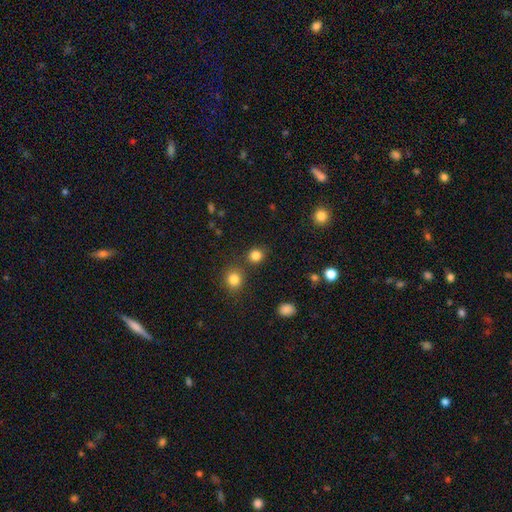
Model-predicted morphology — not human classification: A smooth galaxy with no disk features (83%) that is round (82%).

Vote fractions:
- Smooth or featured? smooth: 83% / star or artifact: 13% / featured or disk: 4%
- How rounded? round: 82% / in between: 17% / cigar-shaped: 1%
- Merging? none: 80% / merger: 9% / minor disturbance: 8% / major disturbance: 3%